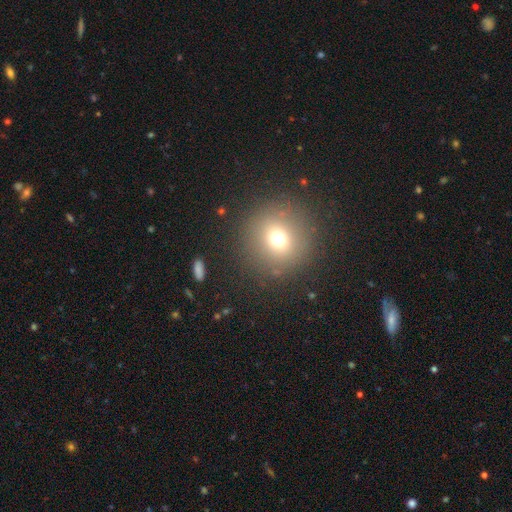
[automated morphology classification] A smooth galaxy with no disk features (62%) that is round (93%).

Vote fractions:
- Smooth or featured? smooth: 62% / star or artifact: 26% / featured or disk: 12%
- How rounded? round: 93% / in between: 6% / cigar-shaped: 1%
- Merging? none: 91% / minor disturbance: 5% / major disturbance: 2% / merger: 1%